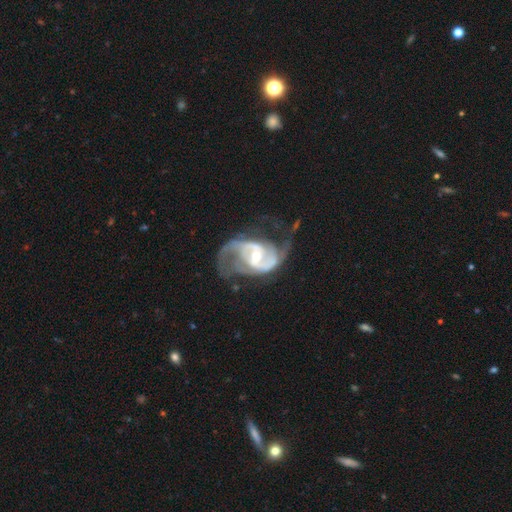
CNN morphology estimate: Smooth or featured?
  - featured or disk: 91% *
  - smooth: 5%
  - star or artifact: 4%
Edge-on disk?
  - no: 98% *
  - yes: 2%
Bar?
  - weak: 48% *
  - no: 28%
  - strong: 24%
Spiral arms?
  - yes: 96% *
  - no: 4%
Spiral winding?
  - medium: 48% *
  - loose: 33%
  - tight: 19%
Spiral arm count?
  - 2: 82% *
  - can't tell: 7%
  - 3: 4%
  - 1: 3%
  - 4: 2%
  - more than 4: 2%
Bulge size?
  - moderate: 57% *
  - small: 38%
  - large: 4%
  - none: 1%
  - dominant: 1%
Merging?
  - none: 46% *
  - major disturbance: 31%
  - minor disturbance: 19%
  - merger: 3%